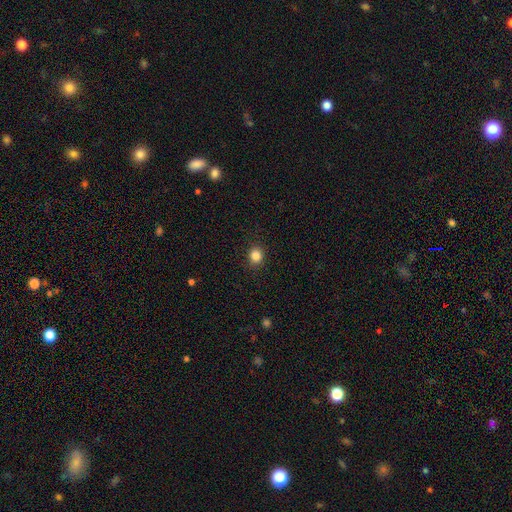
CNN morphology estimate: The model was most divided on "how rounded": round: 75%, in between: 24%, cigar-shaped: 1%. More confident: merging — none (90%); smooth or featured — smooth (84%).